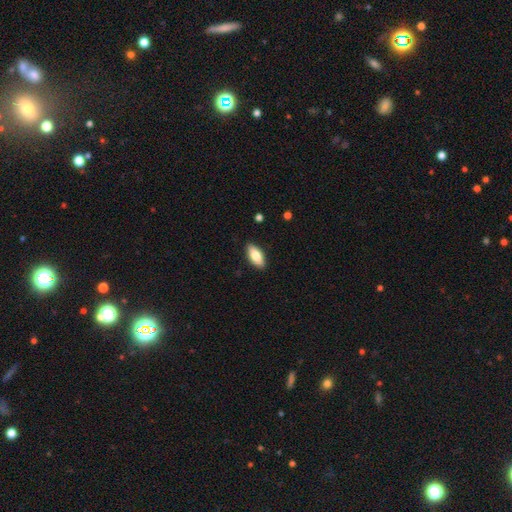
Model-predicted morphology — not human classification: This appears to be a smooth galaxy with no disk features (75%) that is in between round and cigar-shaped (85%). Merging: none (89%).